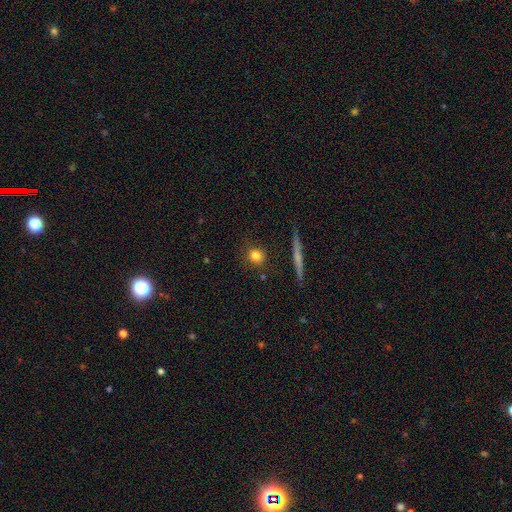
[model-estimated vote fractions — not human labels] Overall: smooth (79%). How rounded: round (79%). Merging: none (84%).